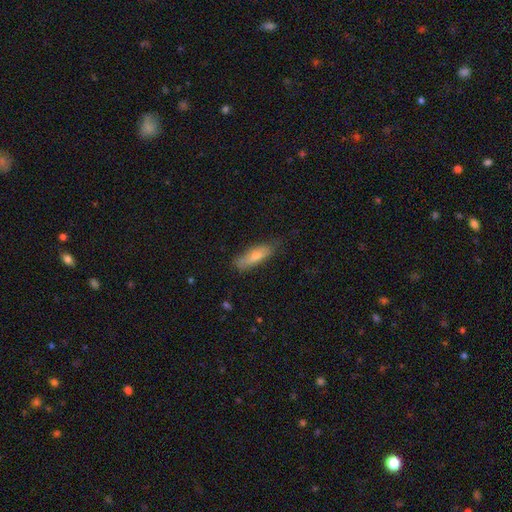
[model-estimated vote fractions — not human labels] A smooth galaxy with no disk features (66%) that is cigar-shaped (56%). Merging: none (74%).